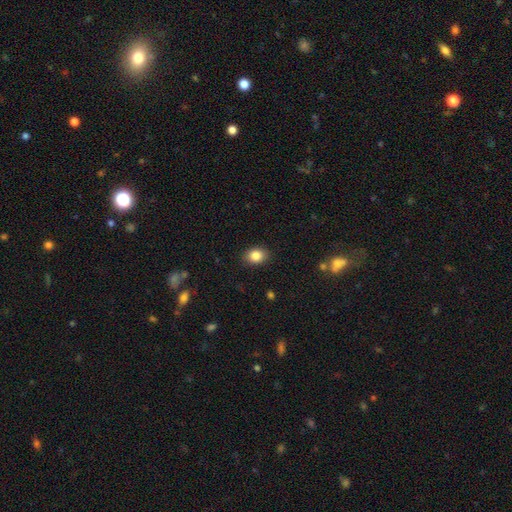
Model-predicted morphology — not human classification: type=smooth (86%); roundness=in between (60%); merging=none (87%).